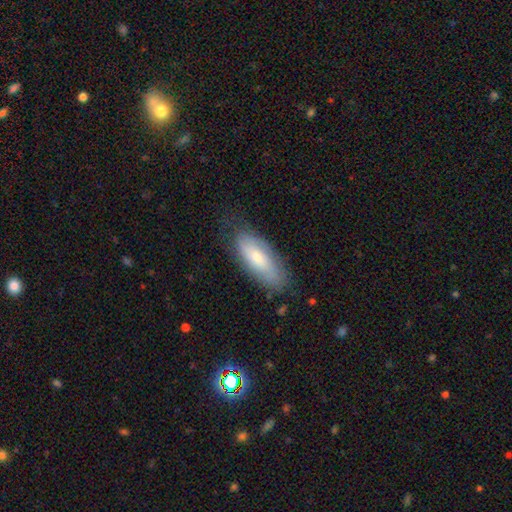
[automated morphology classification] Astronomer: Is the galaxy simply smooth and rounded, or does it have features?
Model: smooth — 56% (runner-up: featured or disk, 36%).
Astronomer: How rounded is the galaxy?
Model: in between — 72%.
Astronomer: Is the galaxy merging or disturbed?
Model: none — 72%.